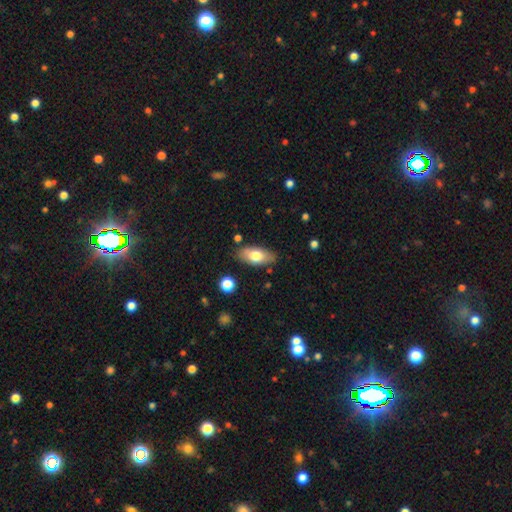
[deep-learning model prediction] smooth-or-featured: smooth: 71% | featured or disk: 22% | star or artifact: 7%
  how-rounded: in between: 89% | cigar-shaped: 8% | round: 3%
  merging: none: 82% | minor disturbance: 13% | major disturbance: 3% | merger: 3%